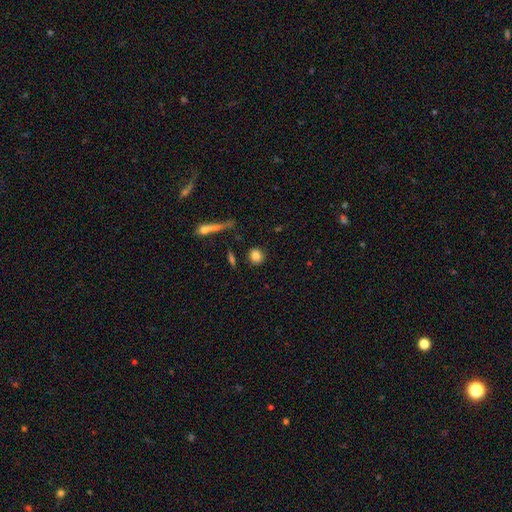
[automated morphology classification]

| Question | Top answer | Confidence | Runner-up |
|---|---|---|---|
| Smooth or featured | smooth | 83% | star or artifact (9%) |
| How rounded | round | 83% | in between (15%) |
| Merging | none | 87% | minor disturbance (8%) |